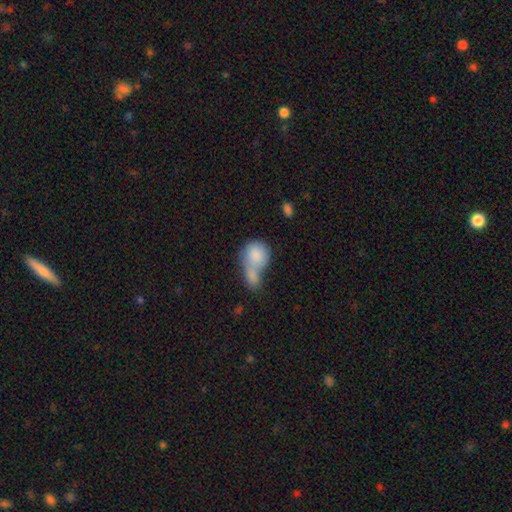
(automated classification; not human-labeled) Smooth or featured? smooth (82%)
How rounded? round (65%)
Merging? merger (64%)